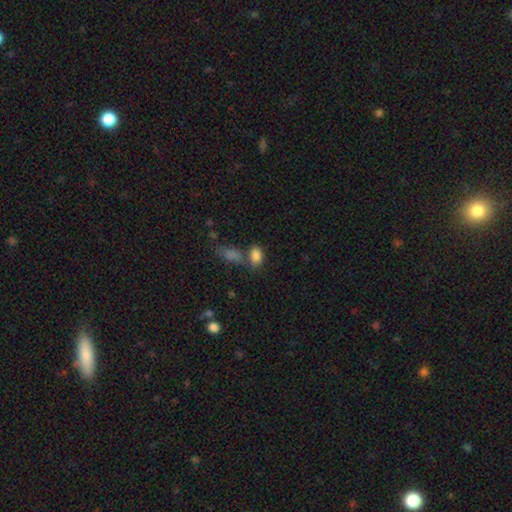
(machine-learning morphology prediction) Overall: smooth (84%). How rounded: in between (88%). Merging: none (50%; merger 30%).